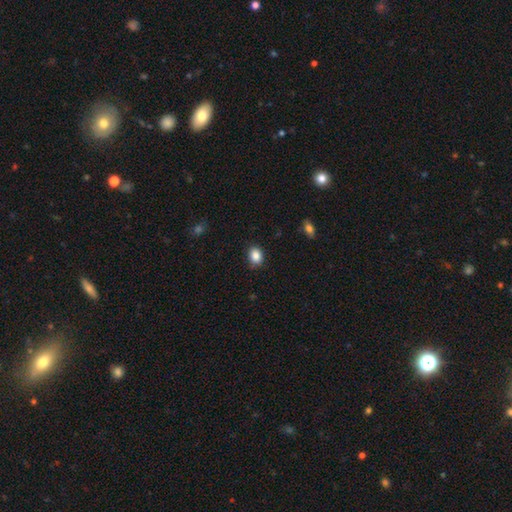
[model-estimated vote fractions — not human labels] Smooth or featured: smooth — 86% (star or artifact — 9%)
How rounded: in between — 64% (round — 35%)
Merging: none — 86% (minor disturbance — 11%)